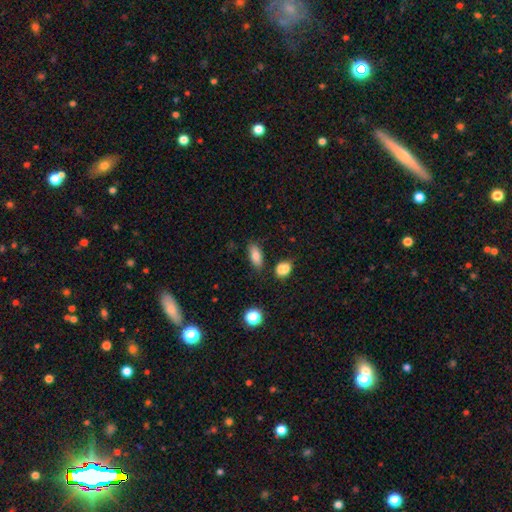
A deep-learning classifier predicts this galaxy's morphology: smooth 83%, star or artifact 9%, featured or disk 8%. Down the decision tree: how rounded — in between (84%); merging — none (77%).